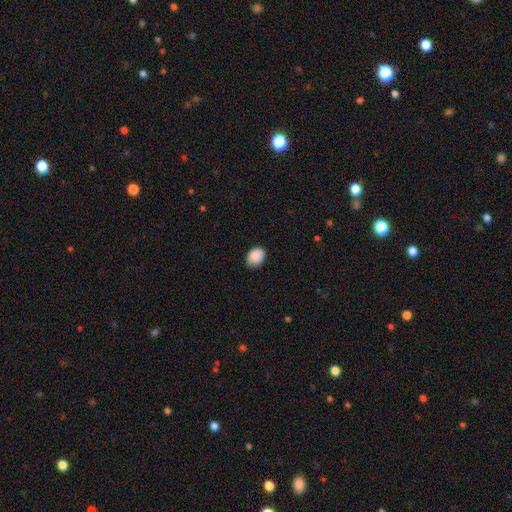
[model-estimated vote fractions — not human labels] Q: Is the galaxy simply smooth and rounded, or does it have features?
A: smooth — 88%.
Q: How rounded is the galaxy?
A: in between — 59%.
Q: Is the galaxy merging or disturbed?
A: none — 77%.